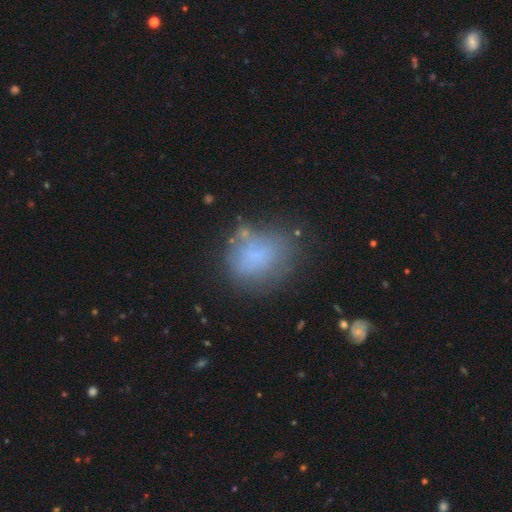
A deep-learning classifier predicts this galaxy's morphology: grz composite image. It shows a smooth galaxy with no disk features (65%) that is round (50%). Merging: none (57%).